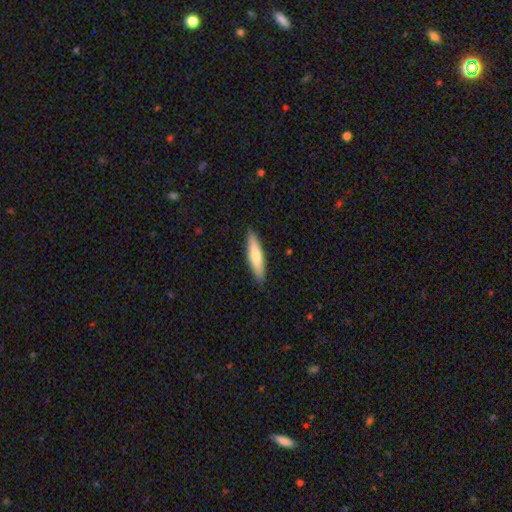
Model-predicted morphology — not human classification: The model was most divided on "smooth or featured": smooth: 67%, featured or disk: 28%, star or artifact: 5%. More confident: merging — none (88%); how rounded — cigar-shaped (81%).